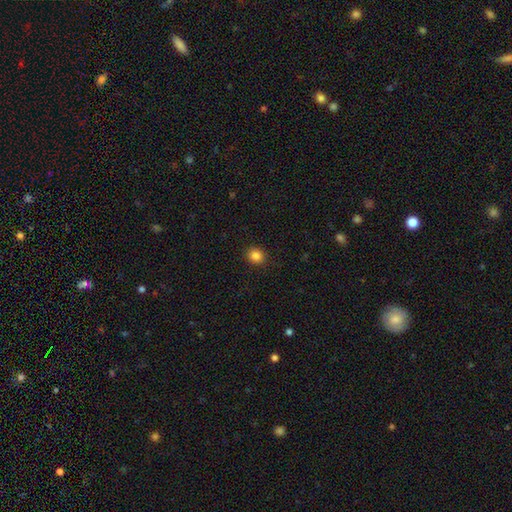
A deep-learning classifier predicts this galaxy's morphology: This appears to be a smooth galaxy with no disk features (85%) that is round (74%). Merging: none (91%).